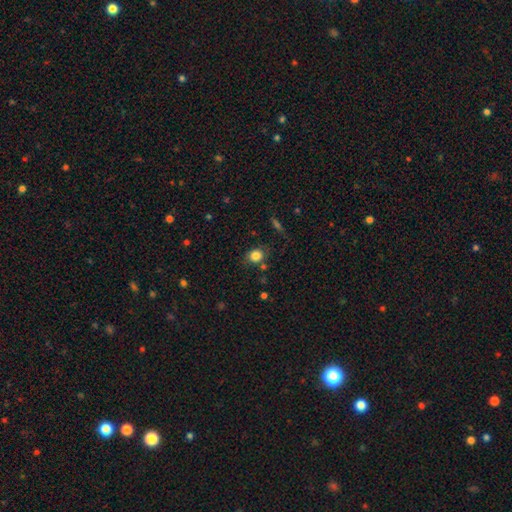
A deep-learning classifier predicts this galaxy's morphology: A smooth galaxy with no disk features (82%) that is round (60%). Merging: none (74%).